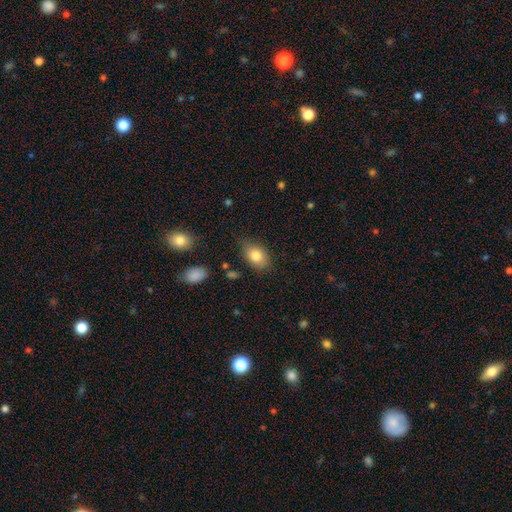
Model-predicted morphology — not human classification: Smooth or featured?
  - smooth: 81% *
  - featured or disk: 11%
  - star or artifact: 9%
How rounded?
  - in between: 80% *
  - round: 18%
  - cigar-shaped: 1%
Merging?
  - none: 72% *
  - minor disturbance: 21%
  - major disturbance: 4%
  - merger: 2%